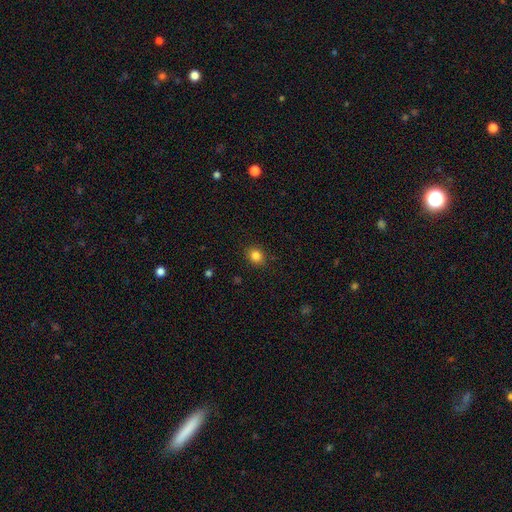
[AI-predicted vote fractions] smooth_or_featured: smooth (p=0.84) [alt: star or artifact p=0.12]
how_rounded: round (p=0.69) [alt: in between p=0.30]
merging: none (p=0.89) [alt: minor disturbance p=0.08]